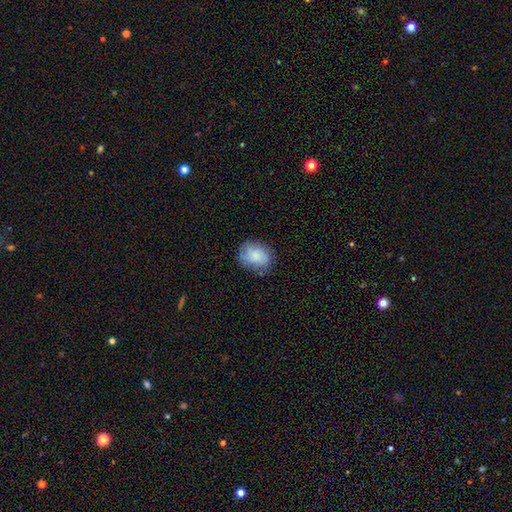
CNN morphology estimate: Smooth or featured: smooth — 82% (featured or disk — 11%)
How rounded: in between — 51% (round — 48%)
Merging: none — 71% (minor disturbance — 22%)